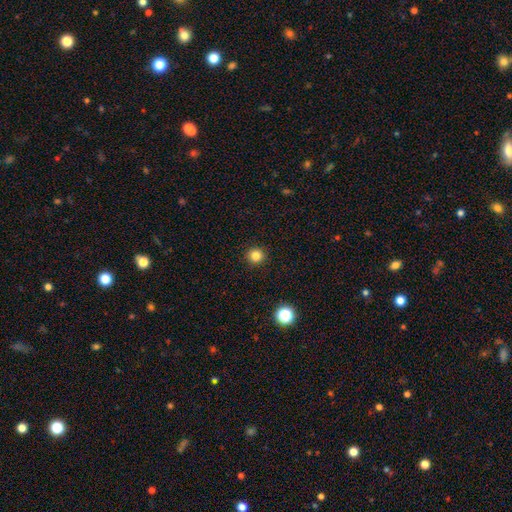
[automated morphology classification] Smooth or featured: smooth — 83% (star or artifact — 13%)
How rounded: round — 95% (in between — 4%)
Merging: none — 93% (minor disturbance — 4%)